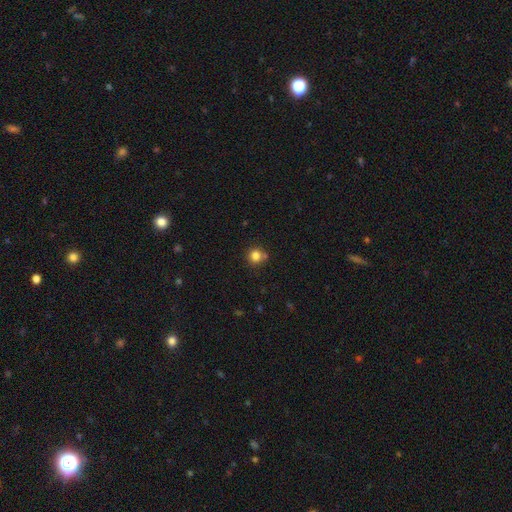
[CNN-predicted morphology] smooth 82%, star or artifact 12%, featured or disk 6%. Down the decision tree: how rounded — round (91%); merging — none (74%).